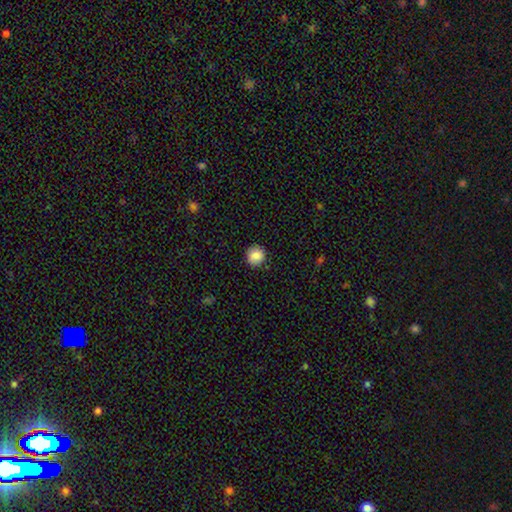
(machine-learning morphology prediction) Q: Smooth or featured?
A: smooth (87%); runner-up: star or artifact (9%)
Q: How rounded?
A: round (91%); runner-up: in between (8%)
Q: Merging?
A: none (90%); runner-up: minor disturbance (7%)